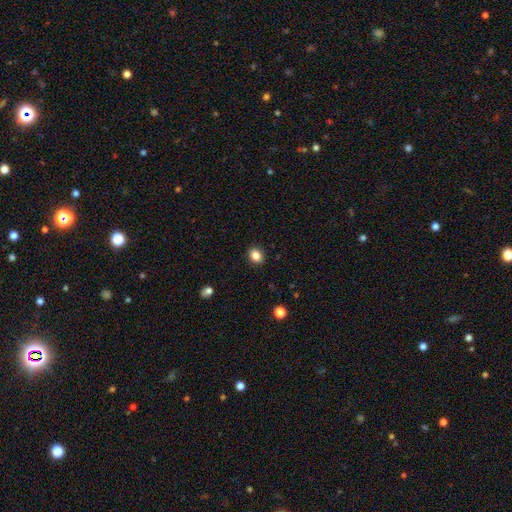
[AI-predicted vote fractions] Smooth or featured? smooth (85%)
How rounded? in between (50%)
Merging? none (90%)